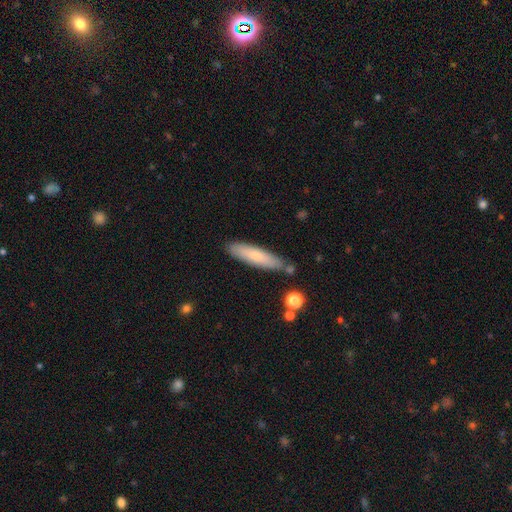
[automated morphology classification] type=smooth (73%); roundness=cigar-shaped (81%); merging=none (80%).